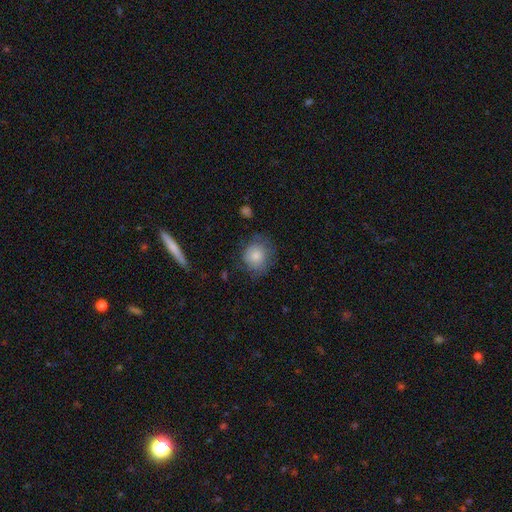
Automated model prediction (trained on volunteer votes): The model was most divided on "merging": none: 65%, minor disturbance: 24%, major disturbance: 10%, merger: 2%. More confident: how rounded — round (80%); smooth or featured — smooth (79%).